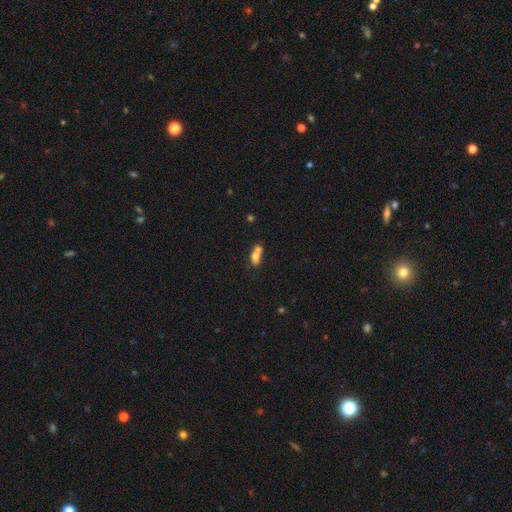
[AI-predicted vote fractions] The model was most divided on "merging": merger: 61%, none: 23%, minor disturbance: 10%, major disturbance: 5%. More confident: how rounded — in between (70%); smooth or featured — smooth (66%).